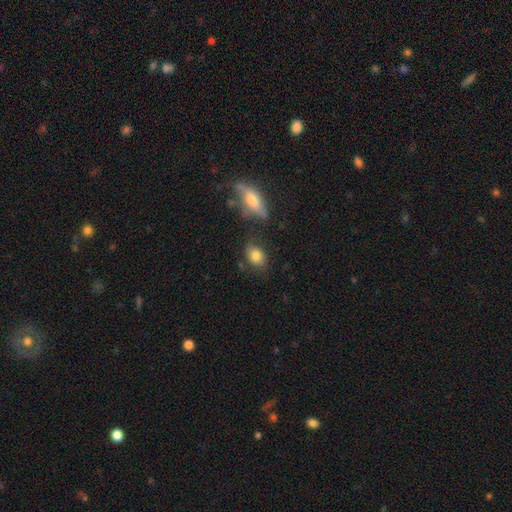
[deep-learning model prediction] smooth_or_featured: smooth (p=0.81) [alt: featured or disk p=0.11]
how_rounded: in between (p=0.69) [alt: round p=0.29]
merging: none (p=0.68) [alt: minor disturbance p=0.18]